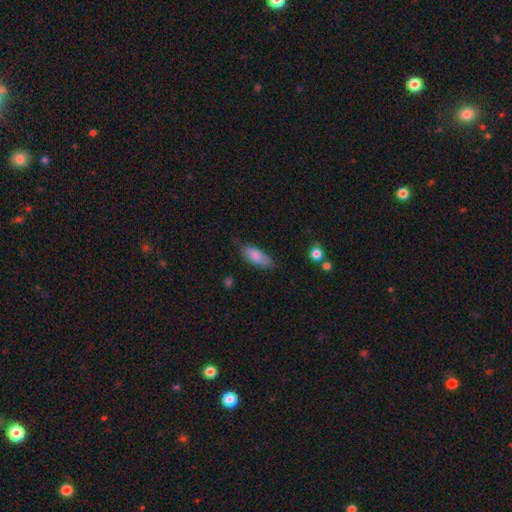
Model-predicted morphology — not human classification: This is clearly a smooth galaxy (83%). How rounded: likely in between (73%). Merging: likely none (65%).